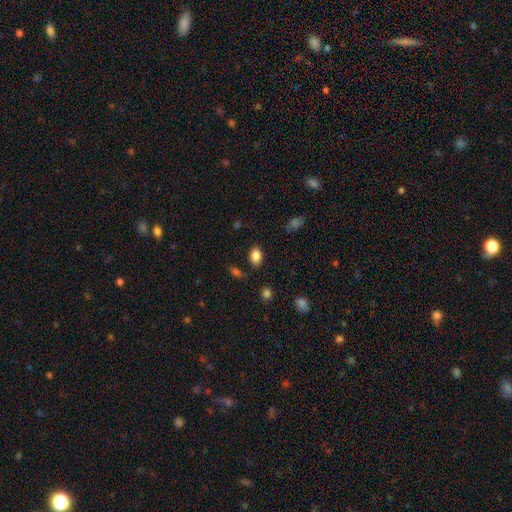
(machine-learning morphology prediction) smooth_or_featured: smooth (p=0.85) [alt: star or artifact p=0.09]
how_rounded: in between (p=0.80) [alt: round p=0.19]
merging: none (p=0.82) [alt: minor disturbance p=0.12]